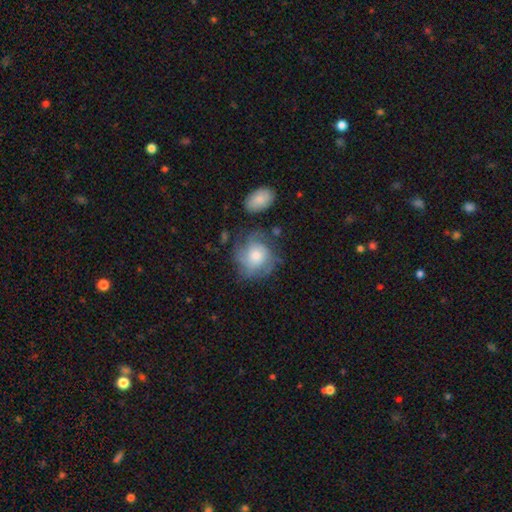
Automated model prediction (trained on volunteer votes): A featured or disk galaxy (49%).

Vote fractions:
- Smooth or featured? featured or disk: 49% / smooth: 42% / star or artifact: 8%
- Merging? none: 61% / minor disturbance: 22% / major disturbance: 13% / merger: 4%